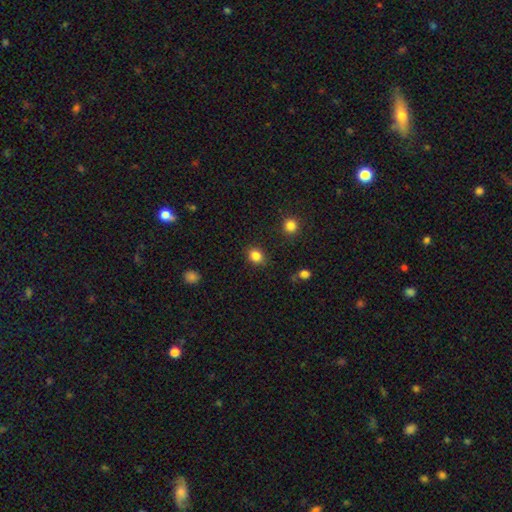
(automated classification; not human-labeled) Smooth or featured? smooth (85%)
How rounded? round (65%)
Merging? none (87%)